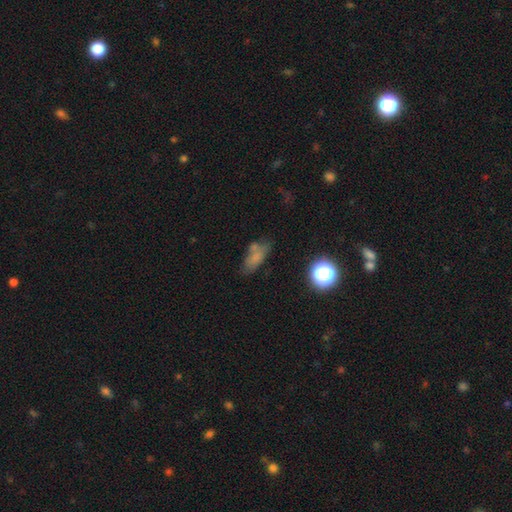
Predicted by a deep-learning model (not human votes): smooth 64%, featured or disk 18%, star or artifact 18%. Down the decision tree: how rounded — in between (73%); merging — none (56%).